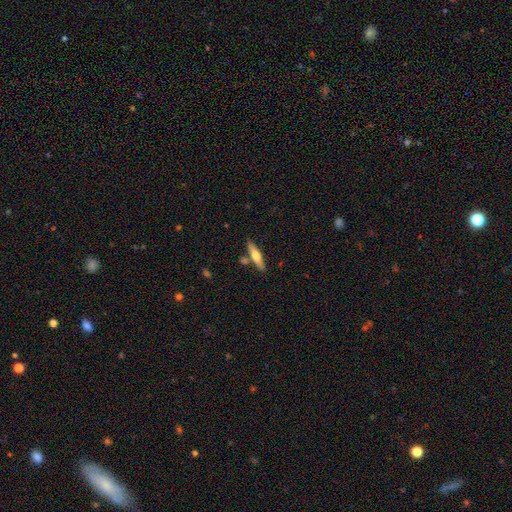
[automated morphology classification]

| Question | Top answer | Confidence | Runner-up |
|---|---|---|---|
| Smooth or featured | smooth | 48% | featured or disk (47%) |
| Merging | none | 78% | minor disturbance (11%) |